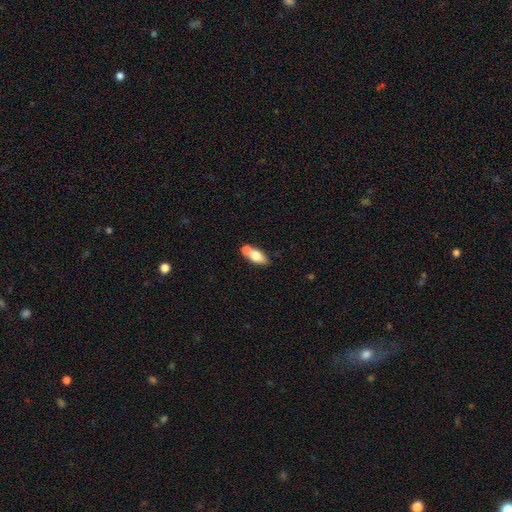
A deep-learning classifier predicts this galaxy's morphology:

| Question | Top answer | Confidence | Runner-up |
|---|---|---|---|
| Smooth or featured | smooth | 68% | featured or disk (25%) |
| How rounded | in between | 79% | cigar-shaped (14%) |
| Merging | merger | 45% | none (39%) |